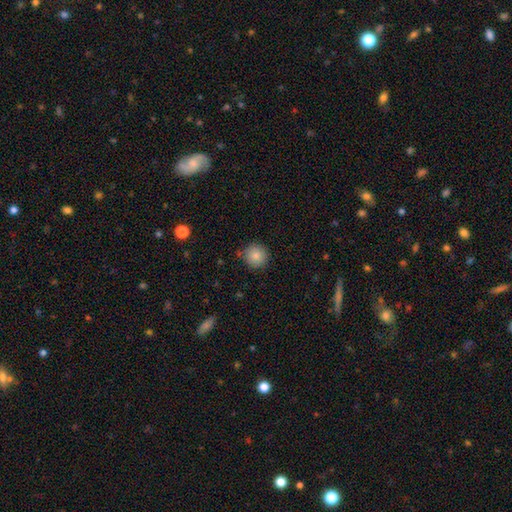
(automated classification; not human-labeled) Smooth or featured? smooth (85%)
How rounded? round (94%)
Merging? none (86%)